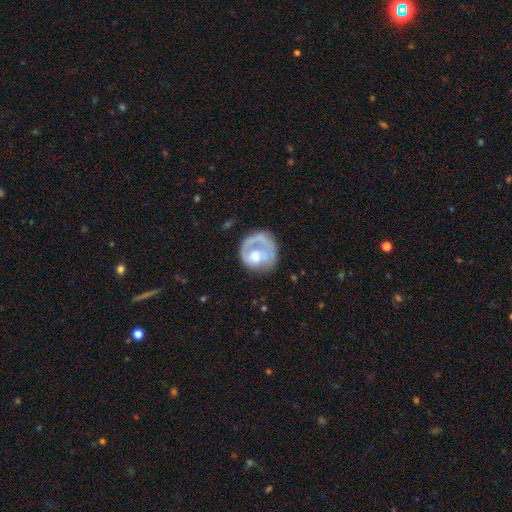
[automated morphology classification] This is likely a featured or disk galaxy (62%). It is clearly not viewed edge-on (98%). Bar: likely no (79%). Spiral arm pattern: likely yes (62%). Central bulge: possibly moderate (52%). Merging: possibly none (51%).